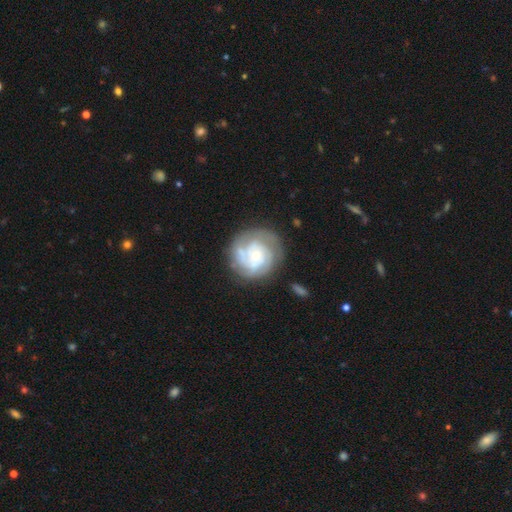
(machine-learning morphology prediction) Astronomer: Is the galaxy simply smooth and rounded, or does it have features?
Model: featured or disk — 78%.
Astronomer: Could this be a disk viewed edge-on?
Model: no — 98%.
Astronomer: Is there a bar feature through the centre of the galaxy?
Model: no — 77%.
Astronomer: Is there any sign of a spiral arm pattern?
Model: yes — 90%.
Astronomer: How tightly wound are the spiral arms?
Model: tight — 66%.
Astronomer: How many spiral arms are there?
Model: can't tell — 31% (runner-up: 3, 28%).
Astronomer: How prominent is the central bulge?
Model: small — 58% (runner-up: moderate, 36%).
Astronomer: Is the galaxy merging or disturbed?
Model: none — 72%.